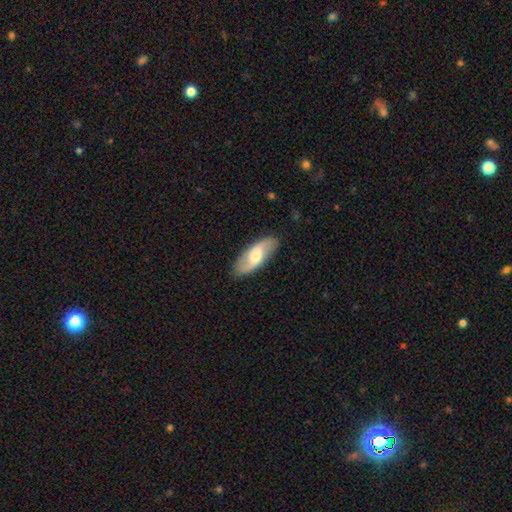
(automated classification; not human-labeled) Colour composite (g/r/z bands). It shows a featured or disk galaxy (54%). Merging: none (87%).